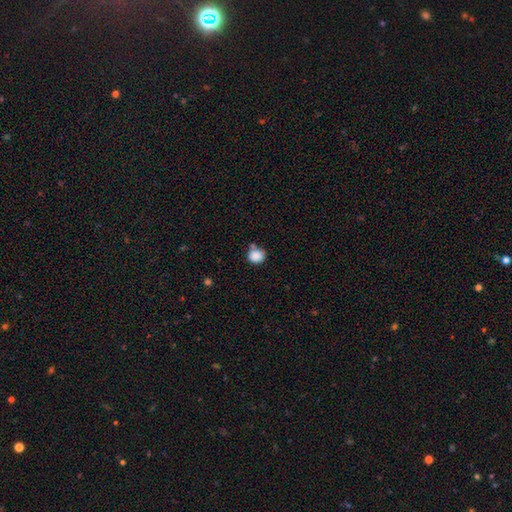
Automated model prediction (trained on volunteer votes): Smooth or featured: smooth — 87% (star or artifact — 9%)
How rounded: round — 79% (in between — 20%)
Merging: none — 63% (minor disturbance — 17%)